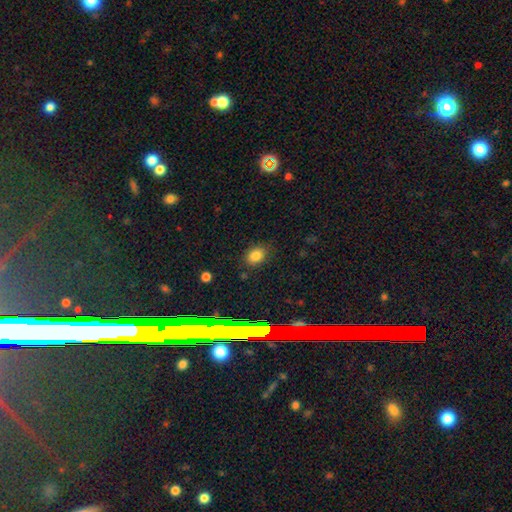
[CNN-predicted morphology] smooth_or_featured: smooth (p=0.80) [alt: star or artifact p=0.14]
how_rounded: in between (p=0.55) [alt: round p=0.44]
merging: none (p=0.83) [alt: minor disturbance p=0.12]